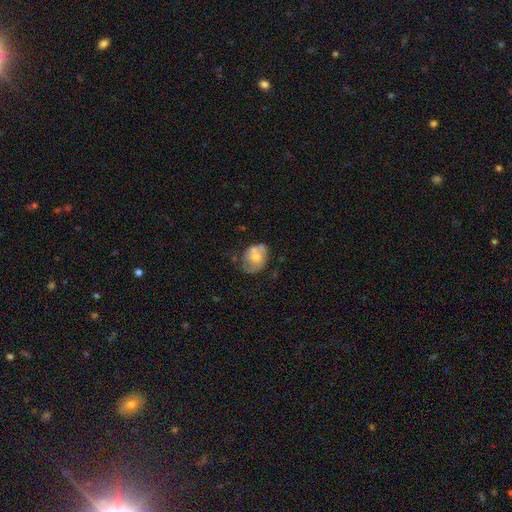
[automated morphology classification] smooth-or-featured: smooth: 51% | featured or disk: 41% | star or artifact: 8%
  how-rounded: in between: 58% | round: 41% | cigar-shaped: 1%
  merging: none: 42% | minor disturbance: 28% | merger: 16% | major disturbance: 15%